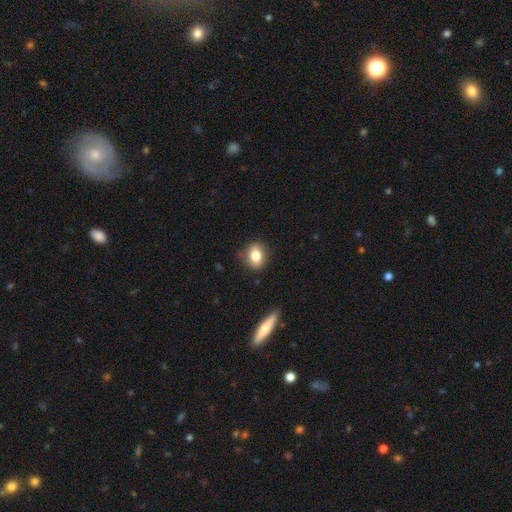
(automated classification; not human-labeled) smooth-or-featured: smooth: 81% | featured or disk: 10% | star or artifact: 9%
  how-rounded: in between: 53% | round: 45% | cigar-shaped: 2%
  merging: none: 80% | minor disturbance: 15% | major disturbance: 3% | merger: 2%